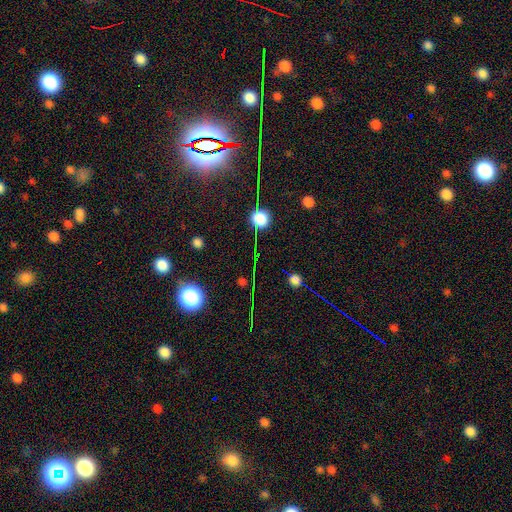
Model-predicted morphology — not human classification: Smooth or featured? Predicted: star or artifact (p=0.66).